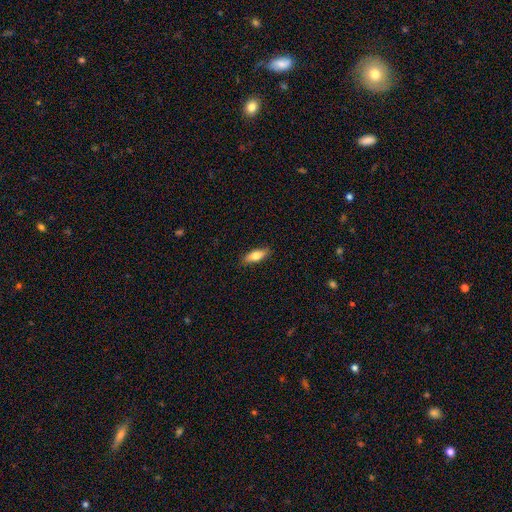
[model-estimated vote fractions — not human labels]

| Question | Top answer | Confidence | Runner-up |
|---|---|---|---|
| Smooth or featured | smooth | 75% | featured or disk (18%) |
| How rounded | in between | 67% | cigar-shaped (31%) |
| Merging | none | 87% | minor disturbance (10%) |